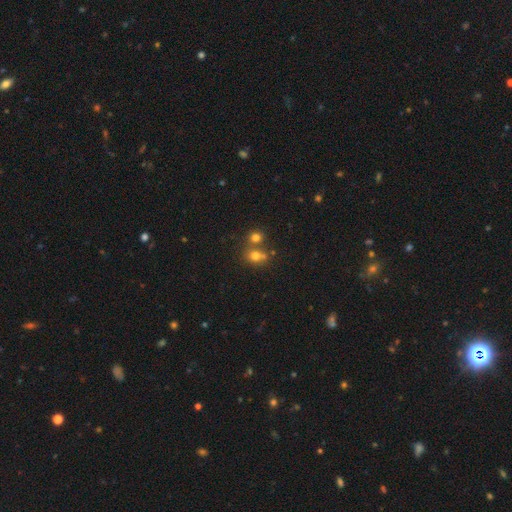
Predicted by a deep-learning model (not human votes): Q: Smooth or featured?
A: smooth (72%); runner-up: star or artifact (17%)
Q: How rounded?
A: round (67%); runner-up: in between (32%)
Q: Merging?
A: none (46%); runner-up: merger (40%)